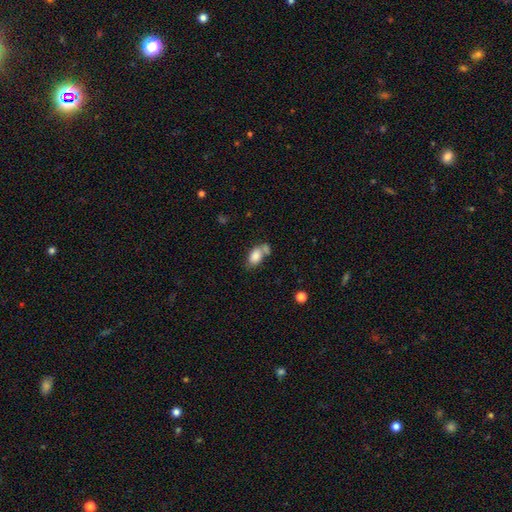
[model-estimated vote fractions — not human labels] smooth-or-featured: smooth: 82% | featured or disk: 10% | star or artifact: 8%
  how-rounded: in between: 88% | round: 10% | cigar-shaped: 2%
  merging: merger: 39% | none: 38% | minor disturbance: 15% | major disturbance: 8%